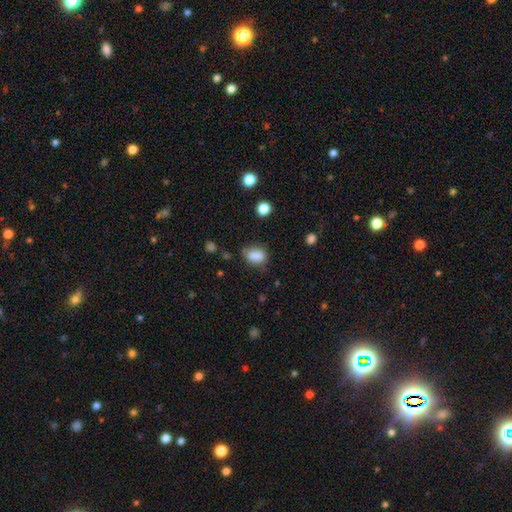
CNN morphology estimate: Smooth or featured: smooth — 84% (star or artifact — 10%)
How rounded: in between — 75% (round — 24%)
Merging: none — 66% (minor disturbance — 24%)